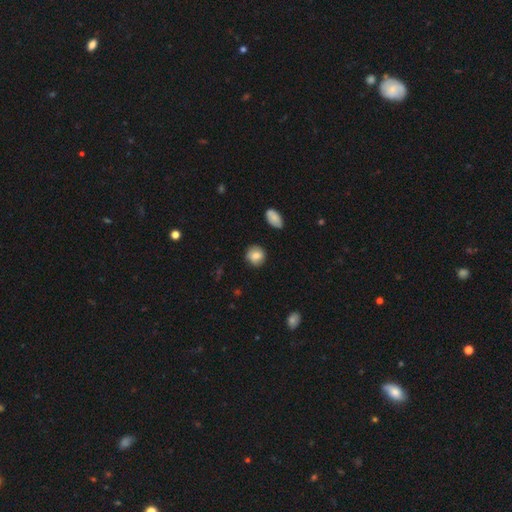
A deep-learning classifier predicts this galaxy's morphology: Overall: smooth (77%). How rounded: round (83%). Merging: none (82%).